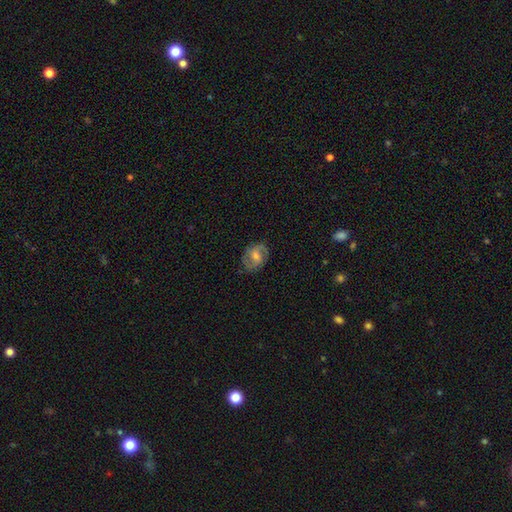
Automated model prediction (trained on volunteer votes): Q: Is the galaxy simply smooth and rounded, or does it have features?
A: featured or disk — 64%.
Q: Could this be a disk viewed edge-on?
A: no — 97%.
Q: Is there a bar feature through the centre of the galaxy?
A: weak — 51%.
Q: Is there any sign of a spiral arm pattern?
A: yes — 85%.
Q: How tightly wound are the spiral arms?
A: medium — 48%.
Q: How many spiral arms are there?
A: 2 — 83%.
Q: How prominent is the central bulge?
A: moderate — 55%.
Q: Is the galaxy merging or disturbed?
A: none — 80%.